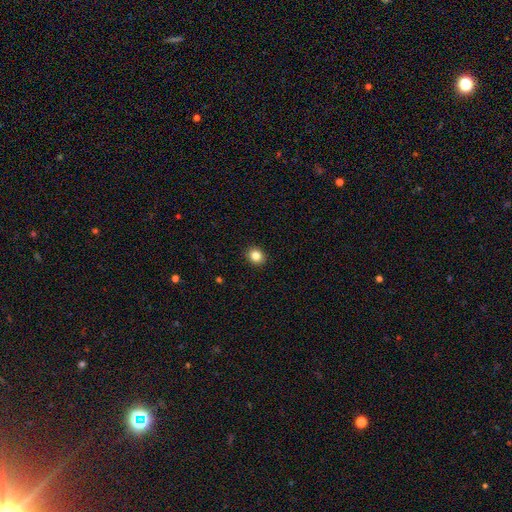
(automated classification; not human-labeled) Smooth or featured? smooth (84%)
How rounded? round (74%)
Merging? none (92%)